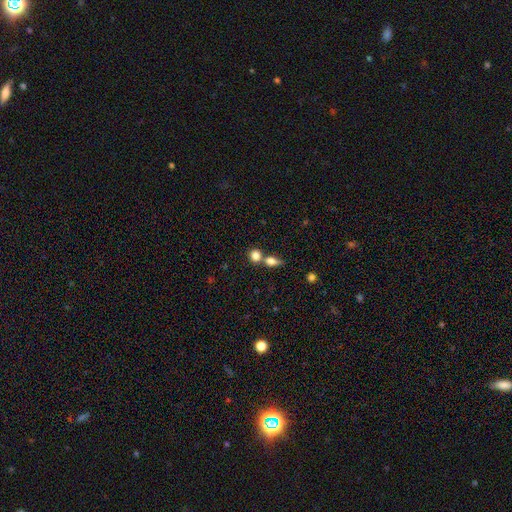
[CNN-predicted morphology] Smooth or featured? Predicted: smooth (p=0.81). How rounded? Predicted: round (p=0.77). Merging? Predicted: none (p=0.47).